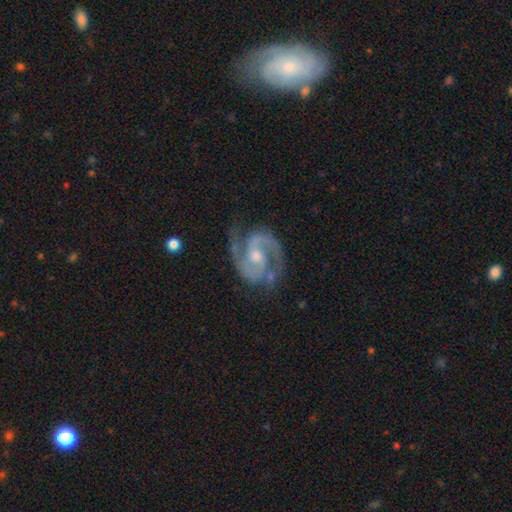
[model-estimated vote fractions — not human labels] smooth-or-featured: featured or disk: 93% | star or artifact: 4% | smooth: 3%
  disk-edge-on: no: 98% | yes: 2%
    bar: no: 48% | weak: 40% | strong: 12%
    has-spiral-arms: yes: 98% | no: 2%
      spiral-winding: medium: 61% | tight: 30% | loose: 9%
      spiral-arm-count: 2: 93% | 3: 2% | can't tell: 2% | 1: 1% | 4: 1% | more than 4: 1%
    bulge-size: moderate: 54% | small: 41% | none: 2% | large: 2% | dominant: 1%
  merging: none: 75% | minor disturbance: 17% | major disturbance: 6% | merger: 2%